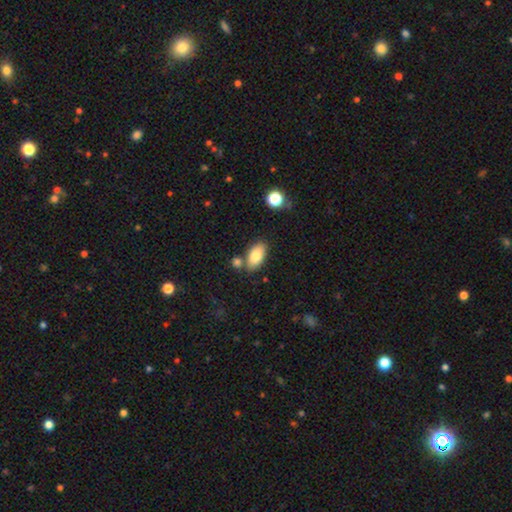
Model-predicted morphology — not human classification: A smooth galaxy with no disk features (84%) that is in between round and cigar-shaped (93%).

Vote fractions:
- Smooth or featured? smooth: 84% / featured or disk: 9% / star or artifact: 7%
- How rounded? in between: 93% / cigar-shaped: 4% / round: 3%
- Merging? none: 73% / merger: 12% / minor disturbance: 12% / major disturbance: 3%